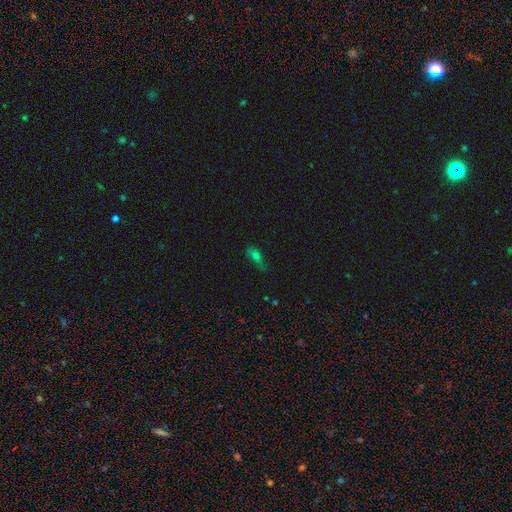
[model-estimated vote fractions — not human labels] Smooth or featured?
  - smooth: 63% *
  - star or artifact: 19%
  - featured or disk: 19%
How rounded?
  - in between: 63% *
  - cigar-shaped: 32%
  - round: 5%
Merging?
  - none: 59% *
  - minor disturbance: 27%
  - major disturbance: 10%
  - merger: 3%